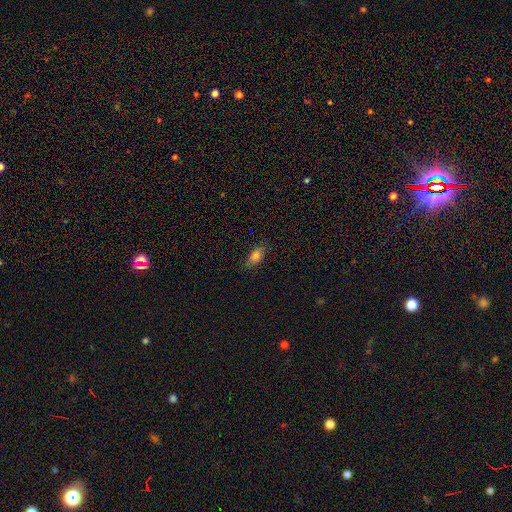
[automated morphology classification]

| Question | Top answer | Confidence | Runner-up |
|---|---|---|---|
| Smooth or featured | smooth | 79% | featured or disk (11%) |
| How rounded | in between | 86% | cigar-shaped (8%) |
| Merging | none | 78% | minor disturbance (17%) |